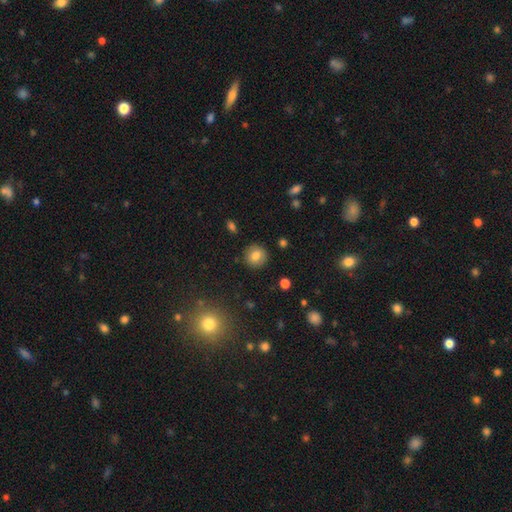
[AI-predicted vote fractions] smooth 80%, star or artifact 10%, featured or disk 10%. Down the decision tree: how rounded — round (91%); merging — none (89%).